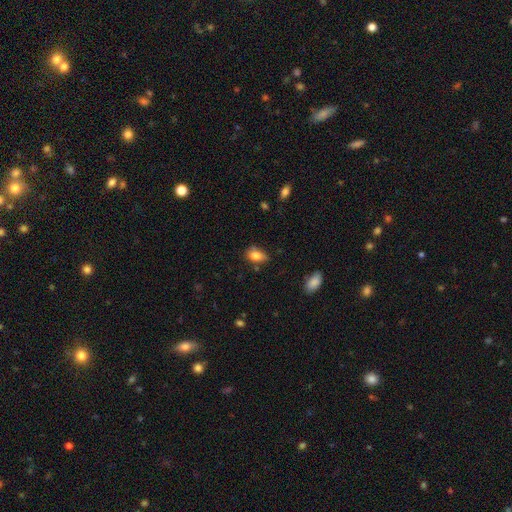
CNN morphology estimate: Smooth or featured?
  - smooth: 82% *
  - featured or disk: 9%
  - star or artifact: 9%
How rounded?
  - in between: 86% *
  - round: 11%
  - cigar-shaped: 4%
Merging?
  - none: 61% *
  - minor disturbance: 28%
  - major disturbance: 6%
  - merger: 5%